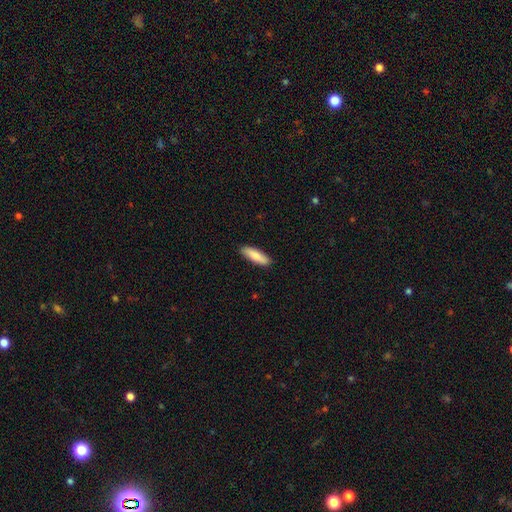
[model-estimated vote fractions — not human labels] Overall: smooth (85%). How rounded: cigar-shaped (54%; in between 45%). Merging: none (89%).